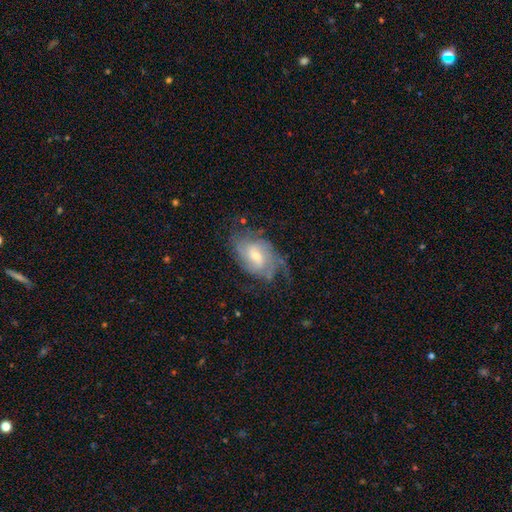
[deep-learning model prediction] This appears to be a featured or disk galaxy (78%) with a weak bar (50%), medium (42%) spiral arms (91%) and a small central bulge (49%). Merging: none (56%).